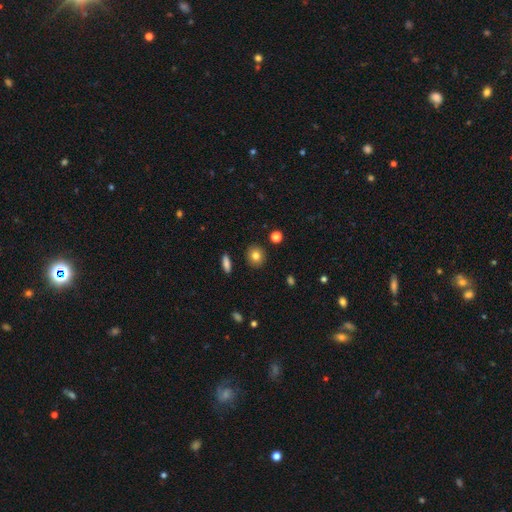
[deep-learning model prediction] This appears to be a smooth galaxy with no disk features (81%) that is round (81%). Merging: none (89%).